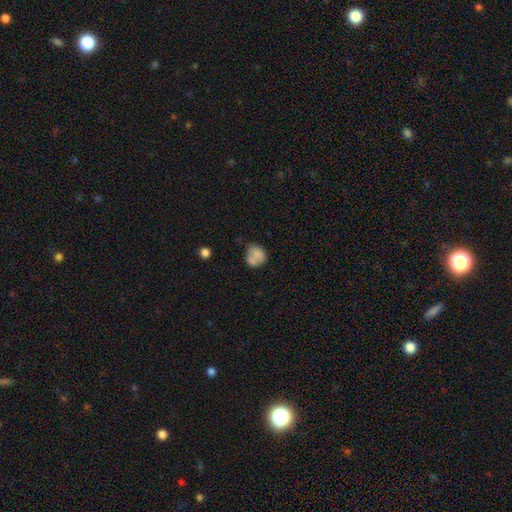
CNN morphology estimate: Smooth or featured: smooth — 73% (featured or disk — 18%)
How rounded: round — 57% (in between — 42%)
Merging: none — 35% (merger — 31%)